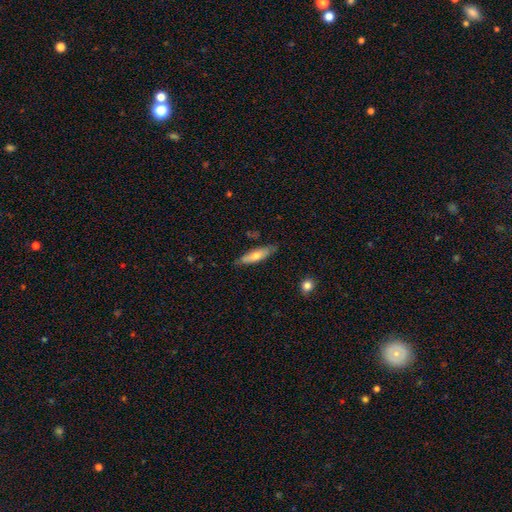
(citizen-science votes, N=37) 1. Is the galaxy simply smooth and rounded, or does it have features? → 51% smooth, 46% featured or disk, 3% star or artifact.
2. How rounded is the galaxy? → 68% cigar-shaped, 26% in between, 5% round.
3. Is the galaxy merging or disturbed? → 78% none, 14% minor disturbance, 8% major disturbance, 0% merger.